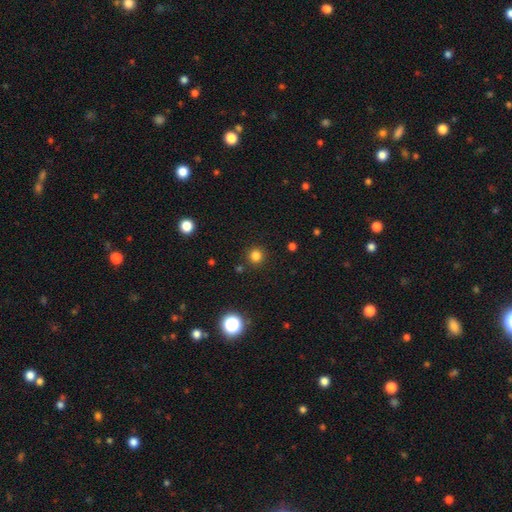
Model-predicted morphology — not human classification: smooth_or_featured: smooth (p=0.81) [alt: star or artifact p=0.15]
how_rounded: round (p=0.94) [alt: in between p=0.05]
merging: none (p=0.90) [alt: minor disturbance p=0.06]